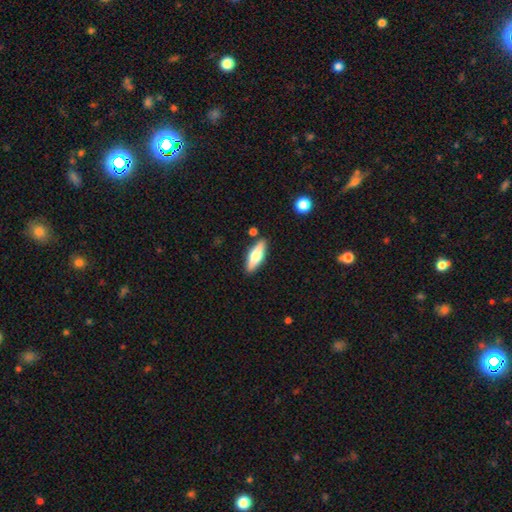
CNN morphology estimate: smooth_or_featured: smooth (p=0.53) [alt: featured or disk p=0.41]
how_rounded: in between (p=0.50) [alt: cigar-shaped p=0.47]
merging: none (p=0.85) [alt: minor disturbance p=0.10]